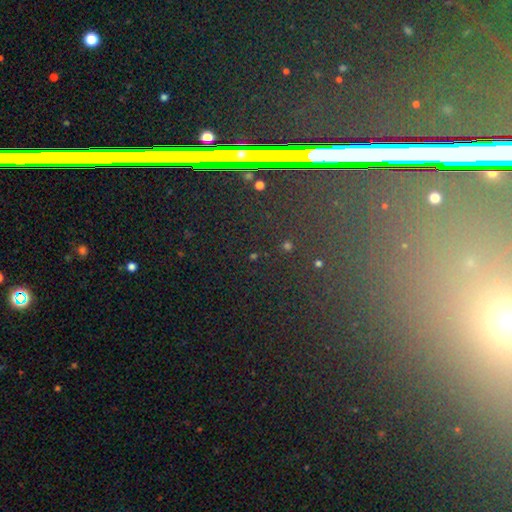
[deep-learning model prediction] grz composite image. It shows a star or artifact, not a galaxy (78%).